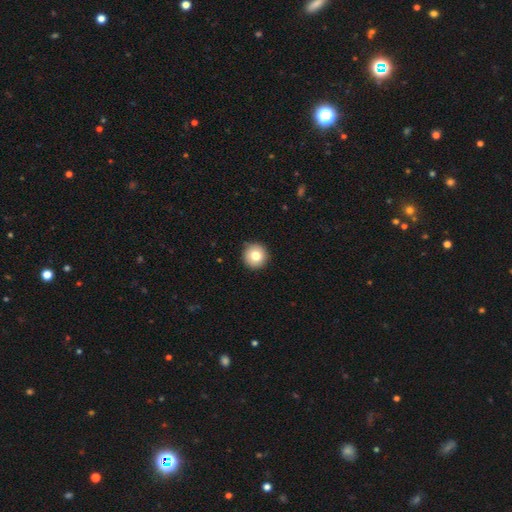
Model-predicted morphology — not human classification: Smooth or featured?
  - smooth: 80% *
  - featured or disk: 11%
  - star or artifact: 9%
How rounded?
  - round: 95% *
  - in between: 4%
  - cigar-shaped: 1%
Merging?
  - none: 91% *
  - minor disturbance: 6%
  - major disturbance: 2%
  - merger: 1%